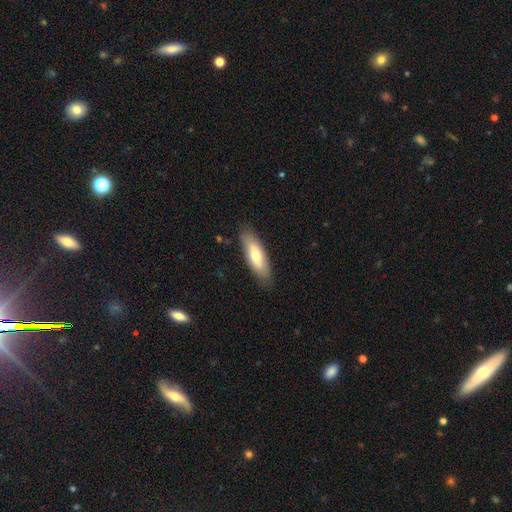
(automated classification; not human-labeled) smooth 66%, featured or disk 28%, star or artifact 6%. Down the decision tree: how rounded — in between (59%); merging — none (84%).